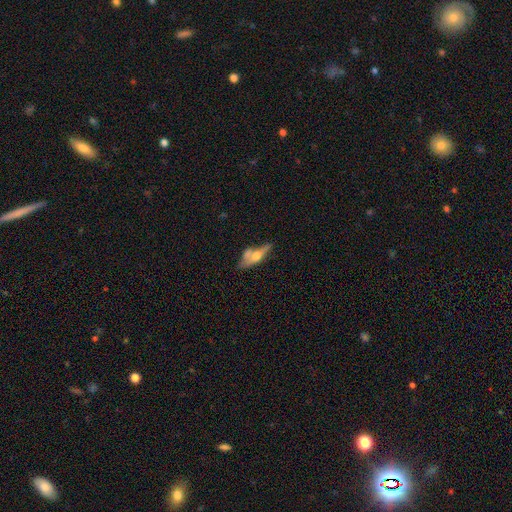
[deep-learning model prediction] Smooth or featured? featured or disk (53%)
Edge-on disk? yes (75%)
Merging? none (38%)